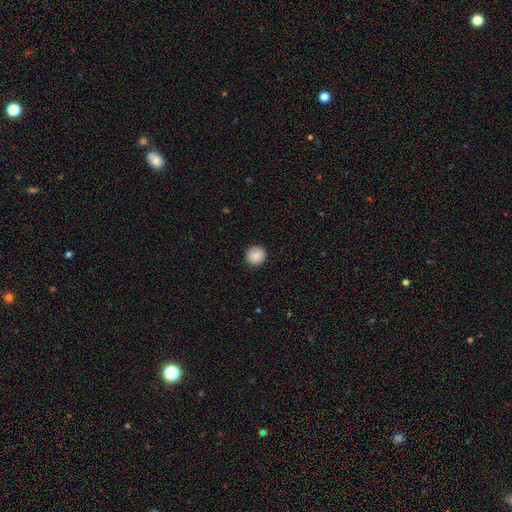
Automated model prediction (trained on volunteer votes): Smooth or featured?
  - smooth: 89% *
  - star or artifact: 8%
  - featured or disk: 3%
How rounded?
  - round: 93% *
  - in between: 6%
  - cigar-shaped: 1%
Merging?
  - none: 91% *
  - minor disturbance: 6%
  - major disturbance: 2%
  - merger: 1%